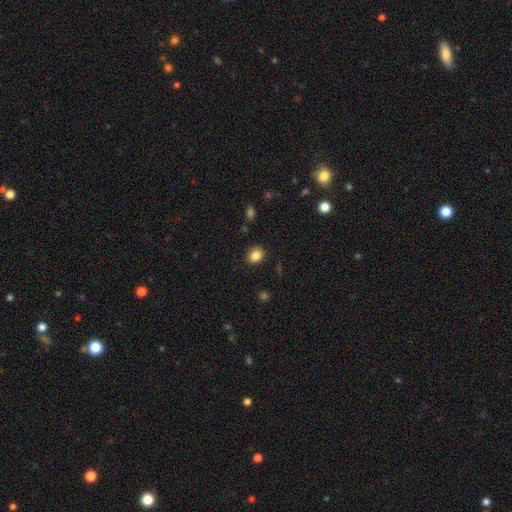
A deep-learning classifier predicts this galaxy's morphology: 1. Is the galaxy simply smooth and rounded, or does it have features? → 85% smooth, 10% star or artifact, 5% featured or disk.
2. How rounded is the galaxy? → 57% round, 42% in between, 1% cigar-shaped.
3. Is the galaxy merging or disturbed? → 88% none, 9% minor disturbance, 2% major disturbance, 1% merger.